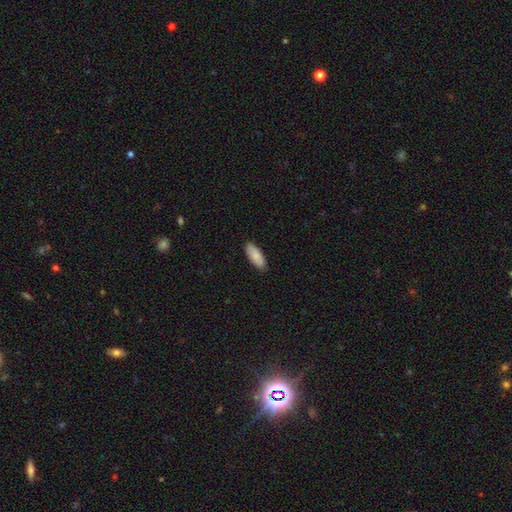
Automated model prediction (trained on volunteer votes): smooth_or_featured: smooth (p=0.87) [alt: featured or disk p=0.08]
how_rounded: in between (p=0.75) [alt: cigar-shaped p=0.23]
merging: none (p=0.88) [alt: minor disturbance p=0.09]